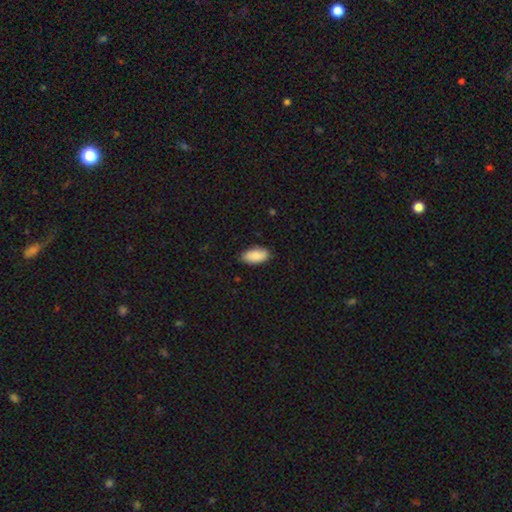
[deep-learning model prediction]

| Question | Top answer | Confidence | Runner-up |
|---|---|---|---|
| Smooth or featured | smooth | 89% | star or artifact (6%) |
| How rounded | in between | 94% | cigar-shaped (4%) |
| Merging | none | 84% | minor disturbance (13%) |